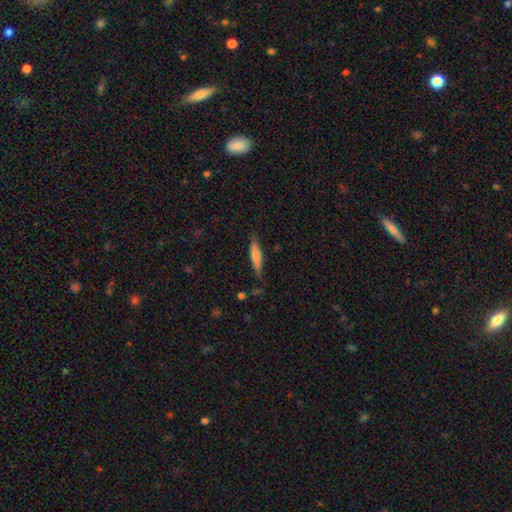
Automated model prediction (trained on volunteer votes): Smooth or featured? Predicted: smooth (p=0.72). How rounded? Predicted: cigar-shaped (p=0.83). Merging? Predicted: none (p=0.76).